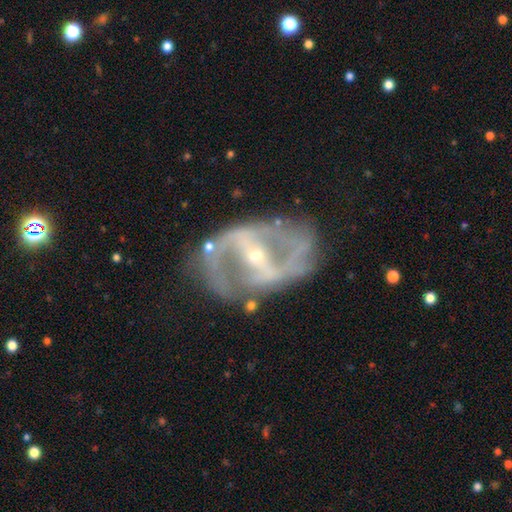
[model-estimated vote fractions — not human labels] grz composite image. It shows a featured or disk galaxy (86%) with a strong bar (65%), 2 (75%) medium (45%) spiral arms (76%) and a small central bulge (71%). Merging: none (63%).